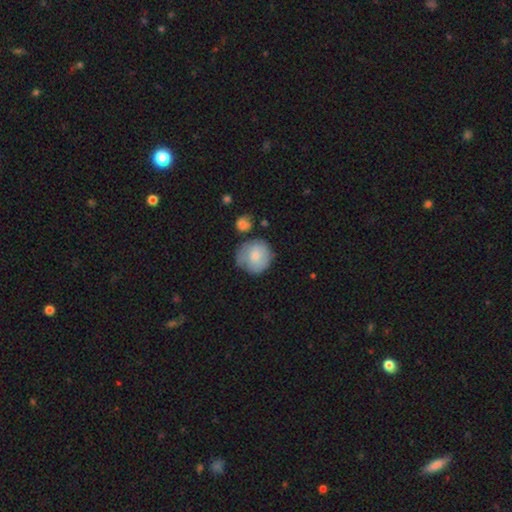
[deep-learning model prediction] Smooth or featured? Predicted: smooth (p=0.74). How rounded? Predicted: round (p=0.86). Merging? Predicted: none (p=0.57).